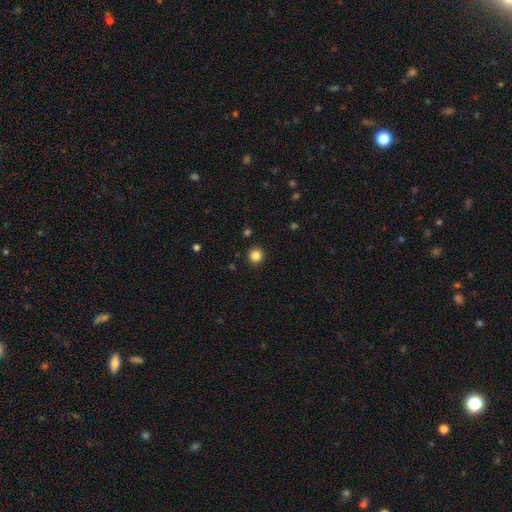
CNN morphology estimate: smooth_or_featured: smooth (p=0.84) [alt: star or artifact p=0.12]
how_rounded: round (p=0.93) [alt: in between p=0.06]
merging: none (p=0.92) [alt: minor disturbance p=0.05]